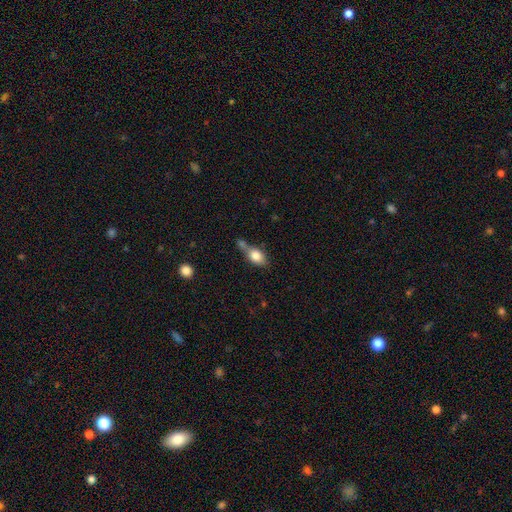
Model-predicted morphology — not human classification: Smooth or featured? Predicted: smooth (p=0.79). How rounded? Predicted: in between (p=0.78). Merging? Predicted: none (p=0.38).